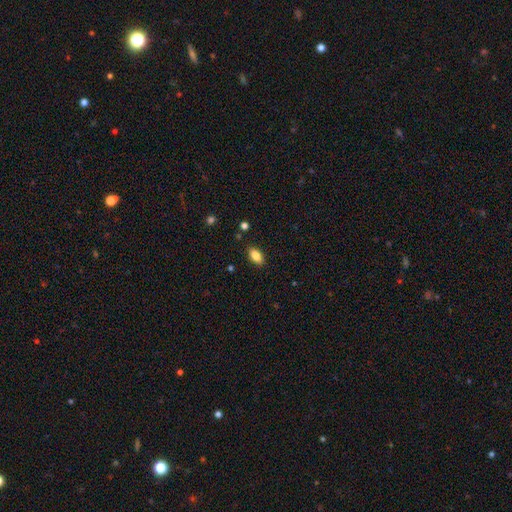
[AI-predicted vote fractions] Smooth or featured? Predicted: smooth (p=0.84). How rounded? Predicted: in between (p=0.91). Merging? Predicted: none (p=0.87).